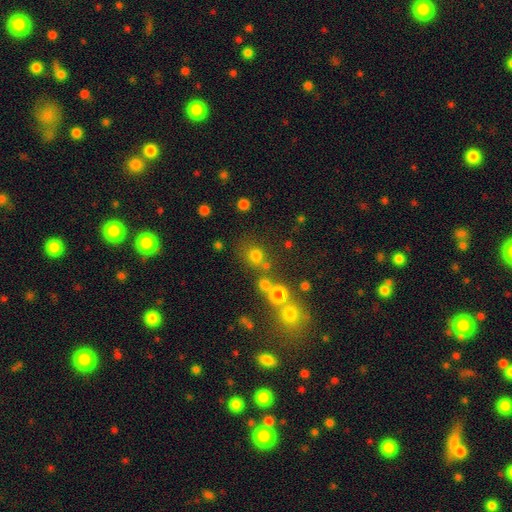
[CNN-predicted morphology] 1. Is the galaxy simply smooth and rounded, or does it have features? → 73% smooth, 20% star or artifact, 7% featured or disk.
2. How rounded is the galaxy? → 87% round, 12% in between, 1% cigar-shaped.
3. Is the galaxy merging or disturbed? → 67% none, 18% merger, 9% minor disturbance, 6% major disturbance.